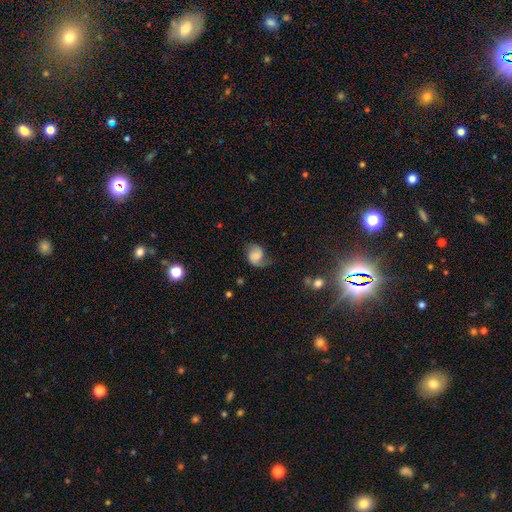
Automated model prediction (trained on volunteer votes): This is possibly a featured or disk galaxy (48%). Merging: possibly none (50%).